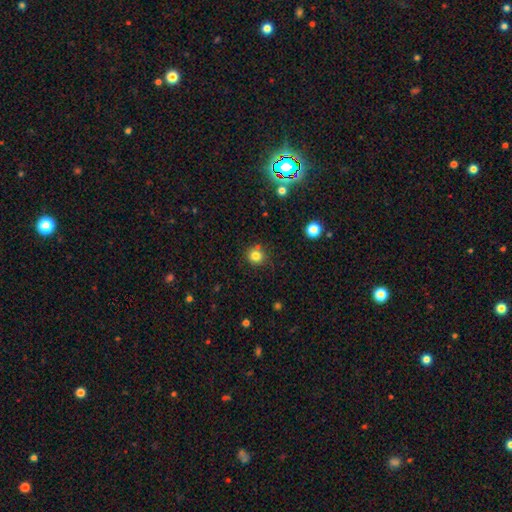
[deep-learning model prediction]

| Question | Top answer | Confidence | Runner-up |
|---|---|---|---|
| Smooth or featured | smooth | 80% | star or artifact (13%) |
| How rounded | round | 90% | in between (9%) |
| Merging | none | 78% | minor disturbance (10%) |